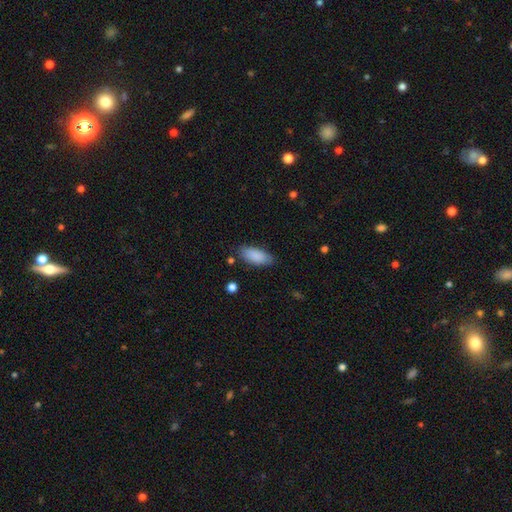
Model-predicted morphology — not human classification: smooth_or_featured: smooth (p=0.88) [alt: star or artifact p=0.06]
how_rounded: in between (p=0.88) [alt: cigar-shaped p=0.11]
merging: none (p=0.81) [alt: minor disturbance p=0.14]